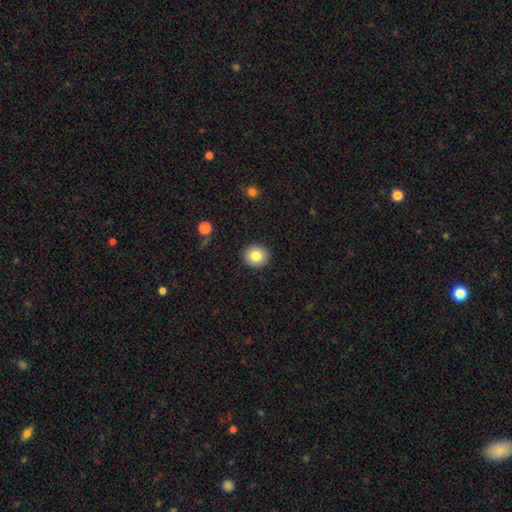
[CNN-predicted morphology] Smooth or featured? Predicted: smooth (p=0.83). How rounded? Predicted: round (p=0.89). Merging? Predicted: none (p=0.91).